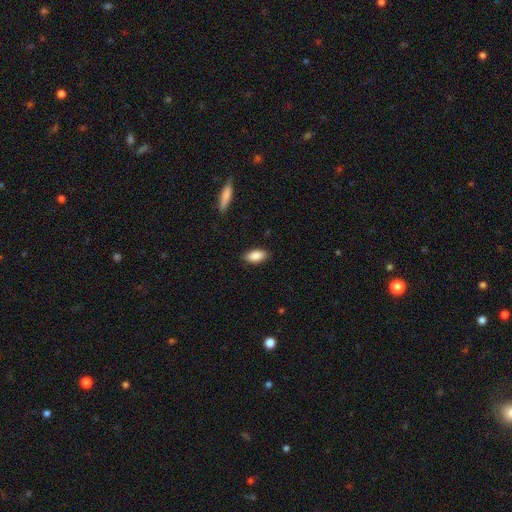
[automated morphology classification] Q: Smooth or featured?
A: smooth (88%); runner-up: star or artifact (7%)
Q: How rounded?
A: in between (90%); runner-up: cigar-shaped (7%)
Q: Merging?
A: none (86%); runner-up: minor disturbance (11%)